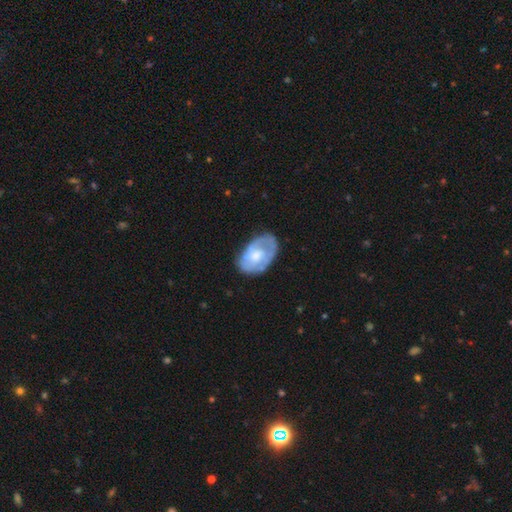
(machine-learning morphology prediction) Smooth or featured?
  - featured or disk: 57% *
  - smooth: 38%
  - star or artifact: 5%
Edge-on disk?
  - no: 96% *
  - yes: 4%
Bar?
  - no: 74% *
  - weak: 23%
  - strong: 4%
Spiral arms?
  - yes: 54% *
  - no: 46%
Bulge size?
  - moderate: 51% *
  - small: 28%
  - large: 12%
  - none: 7%
  - dominant: 2%
Merging?
  - none: 62% *
  - minor disturbance: 26%
  - major disturbance: 10%
  - merger: 2%